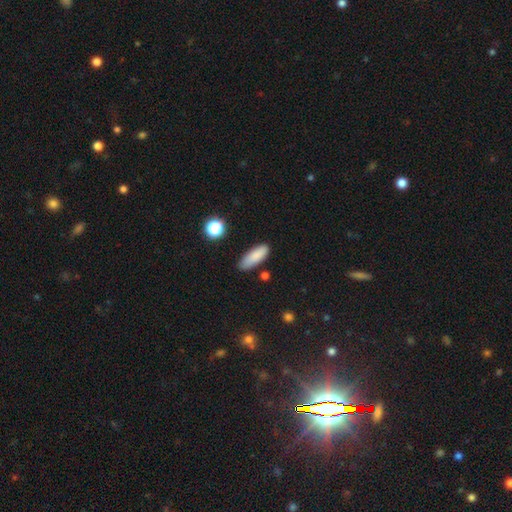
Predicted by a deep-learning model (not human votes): Smooth or featured: smooth — 86% (star or artifact — 8%)
How rounded: in between — 61% (cigar-shaped — 37%)
Merging: none — 79% (minor disturbance — 15%)